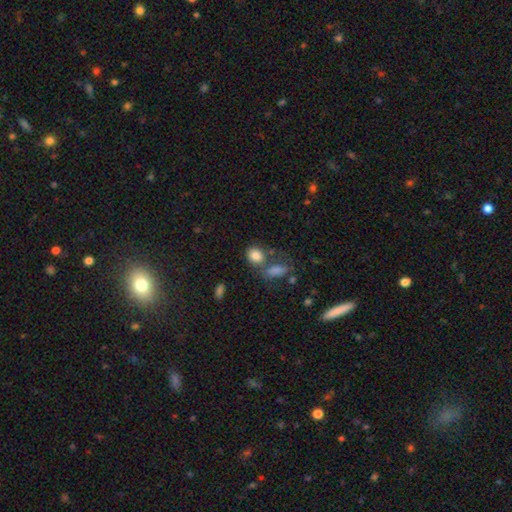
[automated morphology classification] Overall: smooth (84%). How rounded: in between (50%; round 48%). Merging: none (52%; merger 29%).